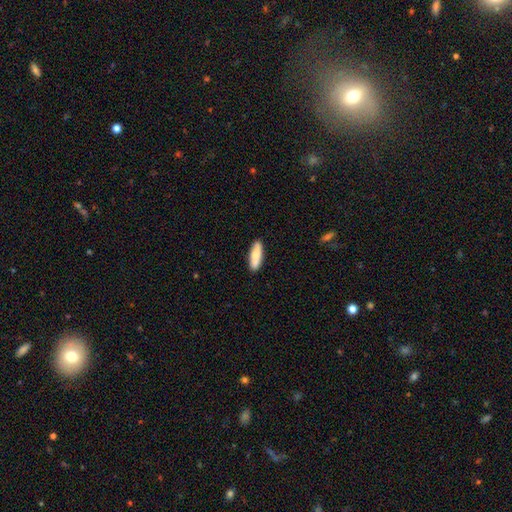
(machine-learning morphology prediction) Smooth or featured: smooth — 80% (featured or disk — 14%)
How rounded: cigar-shaped — 52% (in between — 46%)
Merging: none — 89% (minor disturbance — 9%)